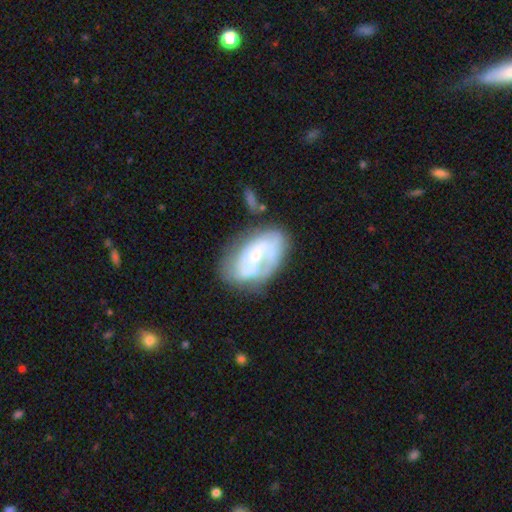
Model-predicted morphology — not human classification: Smooth or featured: featured or disk — 70% (smooth — 24%)
Edge-on disk: no — 97% (yes — 3%)
Bar: no — 61% (weak — 30%)
Spiral arms: yes — 78% (no — 22%)
Spiral winding: tight — 40% (medium — 39%)
Spiral arm count: 2 — 43% (can't tell — 26%)
Bulge size: small — 56% (moderate — 25%)
Merging: none — 52% (minor disturbance — 23%)